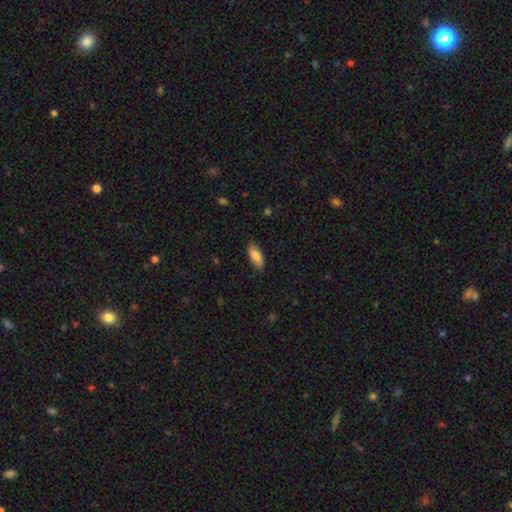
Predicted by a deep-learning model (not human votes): smooth 83%, featured or disk 11%, star or artifact 6%. Down the decision tree: how rounded — in between (79%); merging — none (80%).